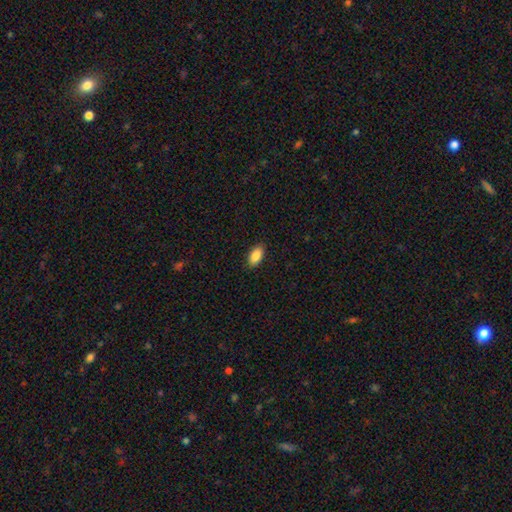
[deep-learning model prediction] Smooth or featured? Predicted: smooth (p=0.88). How rounded? Predicted: in between (p=0.93). Merging? Predicted: none (p=0.89).